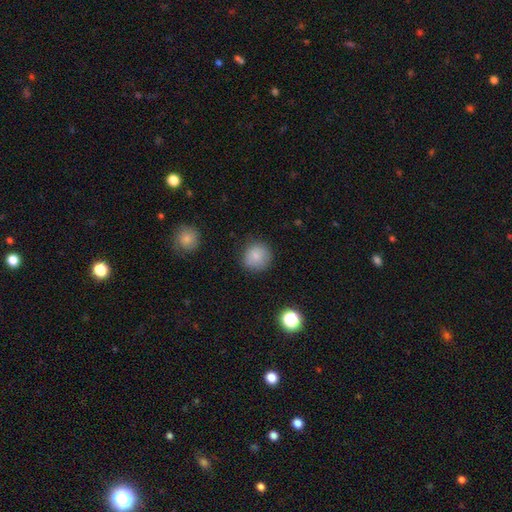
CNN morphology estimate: This is clearly a smooth galaxy (83%). How rounded: clearly round (92%). Merging: clearly none (81%).